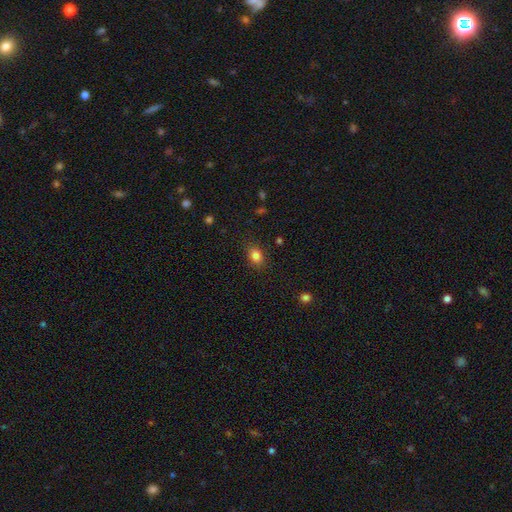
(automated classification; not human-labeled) smooth 84%, star or artifact 11%, featured or disk 6%. Down the decision tree: how rounded — in between (68%); merging — none (84%).